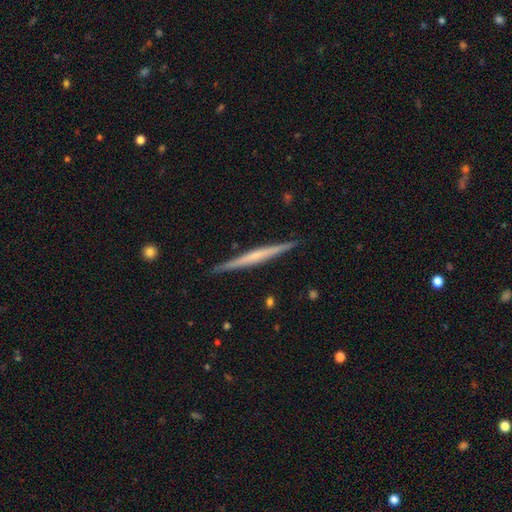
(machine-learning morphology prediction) A featured or disk galaxy (63%) viewed edge-on (98%) with no central bulge (63%). Merging: none (90%).